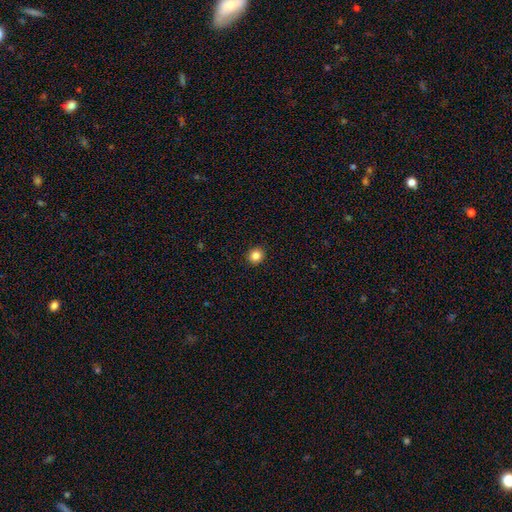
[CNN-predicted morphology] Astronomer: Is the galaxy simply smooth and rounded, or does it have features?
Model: smooth — 85%.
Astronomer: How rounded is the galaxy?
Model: round — 86%.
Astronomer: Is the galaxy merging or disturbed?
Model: none — 92%.